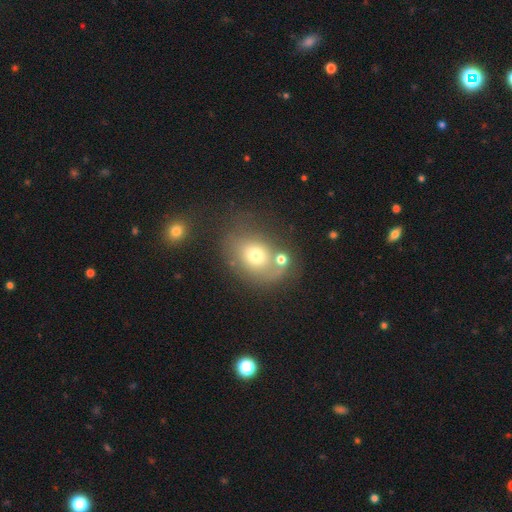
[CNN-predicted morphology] Smooth or featured?
  - smooth: 65% *
  - featured or disk: 22%
  - star or artifact: 13%
How rounded?
  - in between: 55% *
  - round: 44%
  - cigar-shaped: 1%
Merging?
  - none: 47% *
  - merger: 21%
  - minor disturbance: 18%
  - major disturbance: 13%